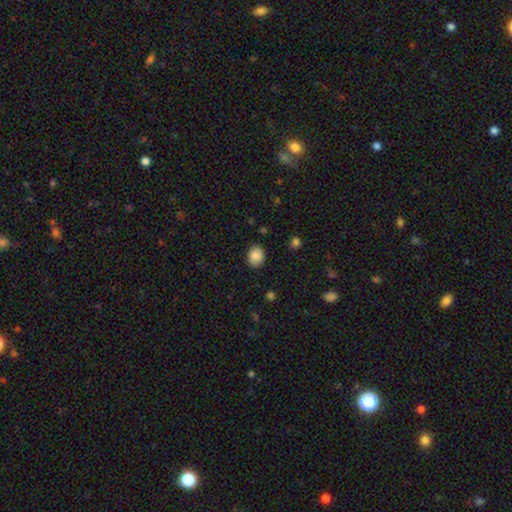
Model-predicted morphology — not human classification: The model was most divided on "how rounded": in between: 54%, round: 45%, cigar-shaped: 1%. More confident: smooth or featured — smooth (86%); merging — none (84%).